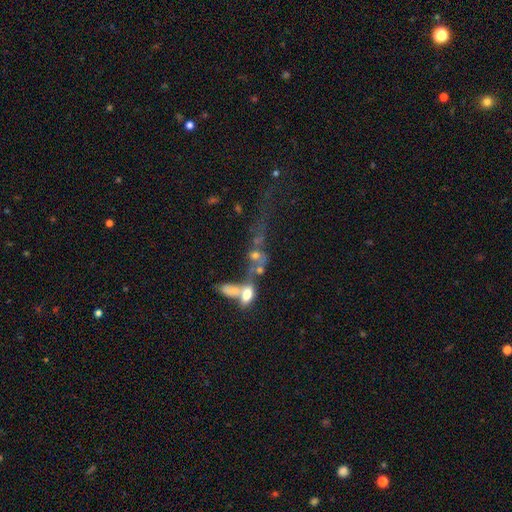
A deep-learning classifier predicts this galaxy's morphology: Q: Smooth or featured?
A: smooth (43%); runner-up: featured or disk (39%)
Q: Merging?
A: merger (57%); runner-up: major disturbance (19%)